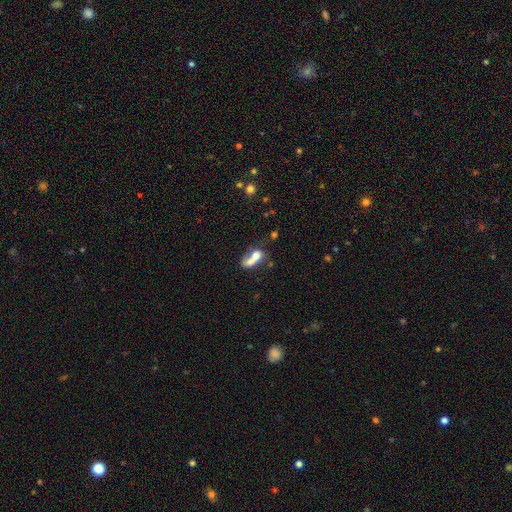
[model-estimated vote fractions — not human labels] This appears to be a smooth galaxy with no disk features (64%) that is in between round and cigar-shaped (68%). Merging: merger (62%).